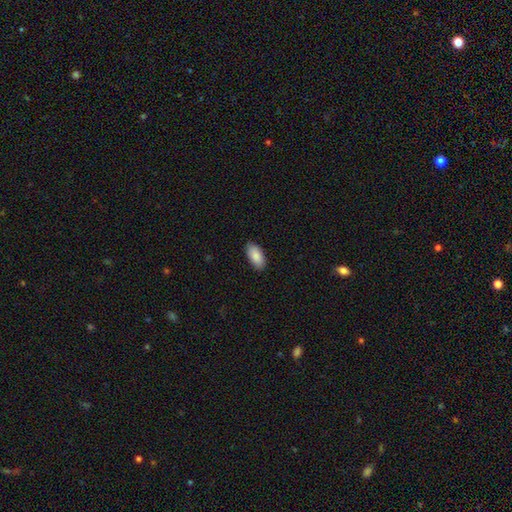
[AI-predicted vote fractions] Smooth or featured? smooth (89%)
How rounded? in between (93%)
Merging? none (89%)